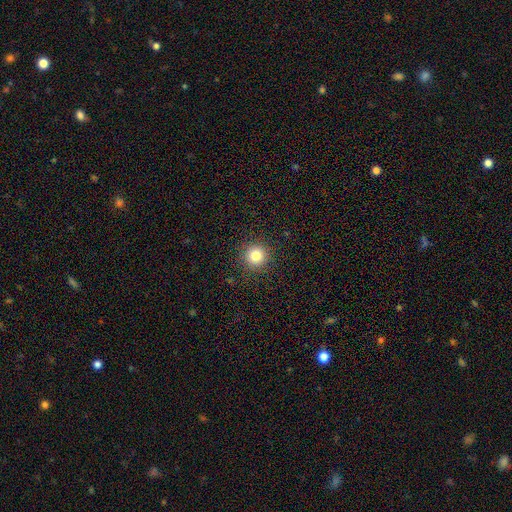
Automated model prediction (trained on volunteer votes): Q: Smooth or featured?
A: smooth (82%); runner-up: star or artifact (12%)
Q: How rounded?
A: round (95%); runner-up: in between (4%)
Q: Merging?
A: none (91%); runner-up: minor disturbance (6%)